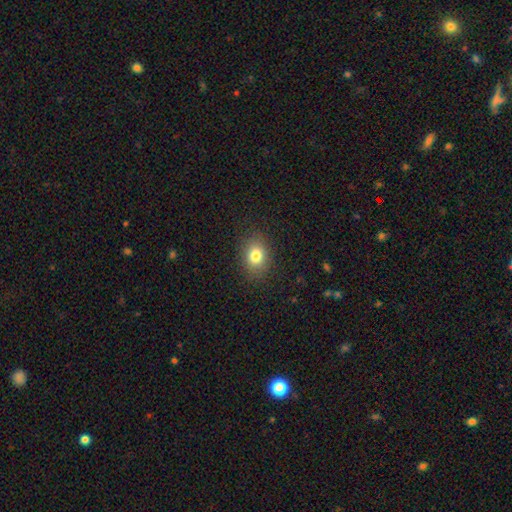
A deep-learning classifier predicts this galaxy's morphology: Q: Smooth or featured?
A: smooth (81%); runner-up: star or artifact (11%)
Q: How rounded?
A: in between (59%); runner-up: round (40%)
Q: Merging?
A: none (87%); runner-up: minor disturbance (9%)